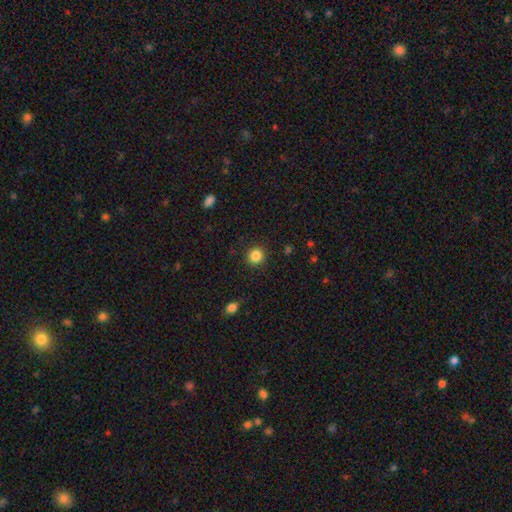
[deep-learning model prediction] Smooth or featured? smooth (85%)
How rounded? round (93%)
Merging? none (91%)